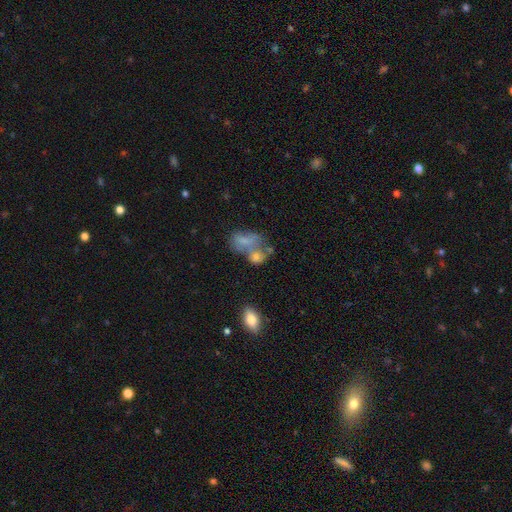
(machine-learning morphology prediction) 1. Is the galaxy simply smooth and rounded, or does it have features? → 48% smooth, 35% featured or disk, 17% star or artifact.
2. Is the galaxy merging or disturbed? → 44% merger, 28% none, 14% minor disturbance, 14% major disturbance.